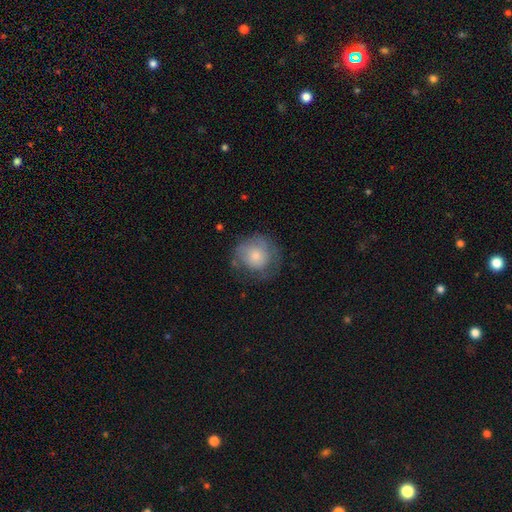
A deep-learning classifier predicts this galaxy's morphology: The model was most divided on "merging": none: 58%, minor disturbance: 26%, major disturbance: 15%, merger: 2%. More confident: how rounded — round (87%); smooth or featured — smooth (68%).